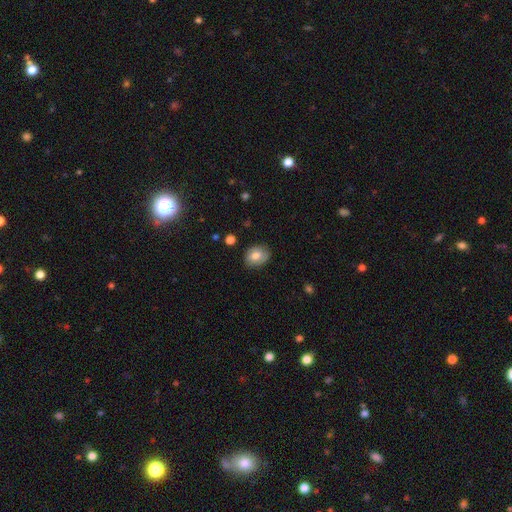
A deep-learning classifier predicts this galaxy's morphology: This appears to be a smooth galaxy with no disk features (75%) that is in between round and cigar-shaped (58%). Merging: none (81%).